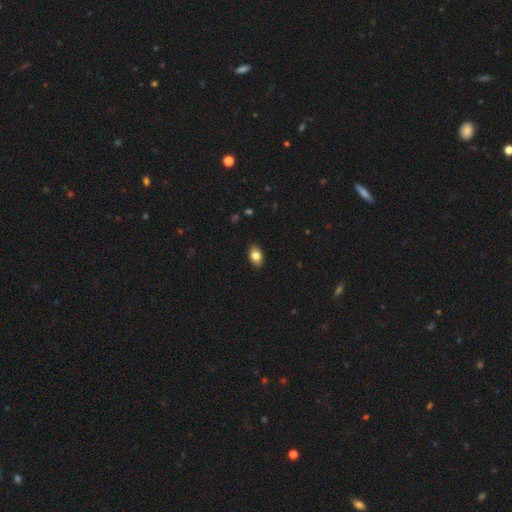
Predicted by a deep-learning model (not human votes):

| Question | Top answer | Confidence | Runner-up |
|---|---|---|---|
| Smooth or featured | smooth | 82% | featured or disk (10%) |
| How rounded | in between | 87% | round (11%) |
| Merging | none | 89% | minor disturbance (9%) |